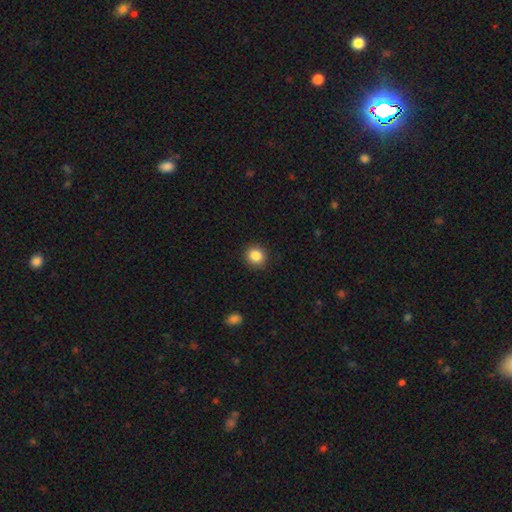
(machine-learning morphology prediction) Q: Smooth or featured?
A: smooth (85%); runner-up: star or artifact (10%)
Q: How rounded?
A: round (89%); runner-up: in between (10%)
Q: Merging?
A: none (91%); runner-up: minor disturbance (6%)